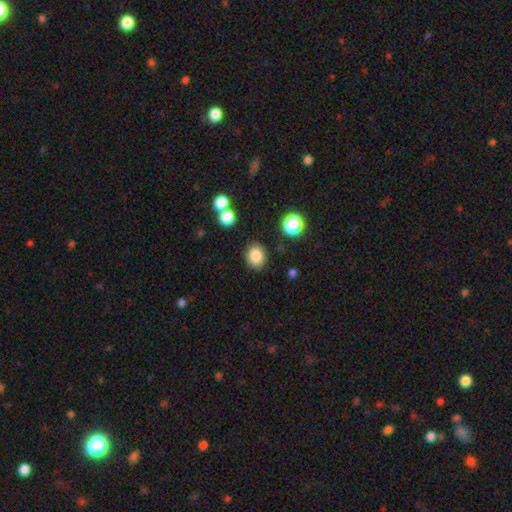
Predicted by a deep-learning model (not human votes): The model was most divided on "how rounded": round: 64%, in between: 35%, cigar-shaped: 1%. More confident: merging — none (85%); smooth or featured — smooth (83%).